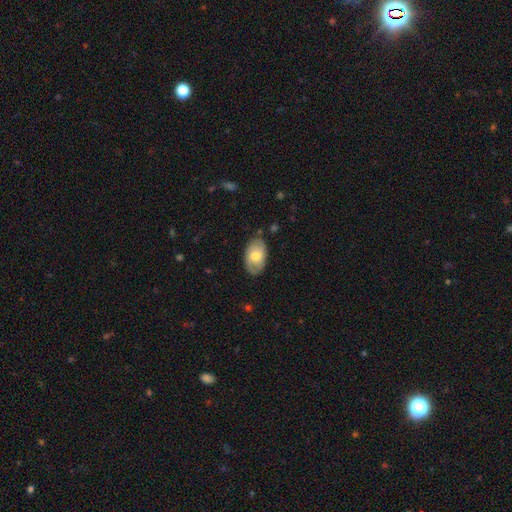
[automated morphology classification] Smooth or featured?
  - smooth: 60% *
  - featured or disk: 34%
  - star or artifact: 6%
How rounded?
  - in between: 92% *
  - round: 7%
  - cigar-shaped: 1%
Merging?
  - none: 76% *
  - minor disturbance: 18%
  - major disturbance: 4%
  - merger: 2%